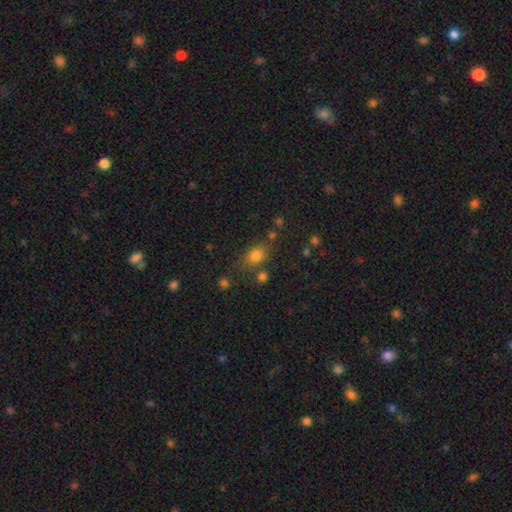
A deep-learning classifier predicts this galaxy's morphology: This appears to be a smooth galaxy with no disk features (78%) that is in between round and cigar-shaped (56%). Merging: none (67%).